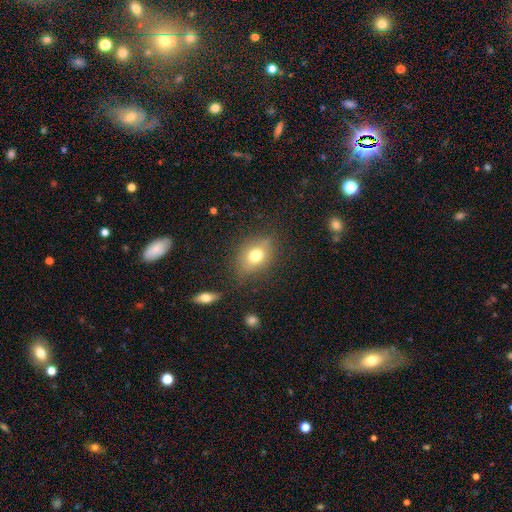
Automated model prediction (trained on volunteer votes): smooth 74%, featured or disk 15%, star or artifact 11%. Down the decision tree: how rounded — in between (66%); merging — none (74%).